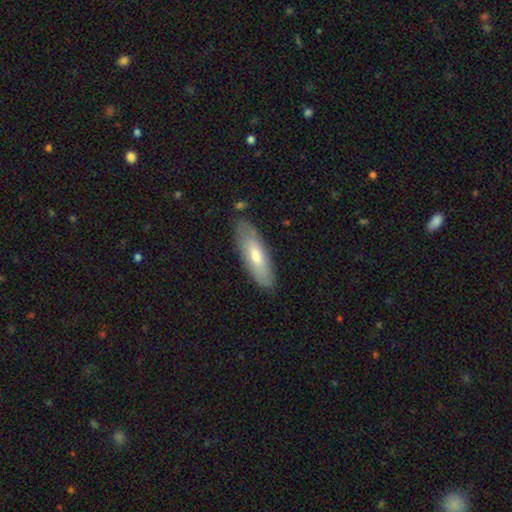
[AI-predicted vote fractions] smooth 64%, featured or disk 31%, star or artifact 6%. Down the decision tree: how rounded — in between (53%); merging — none (81%).